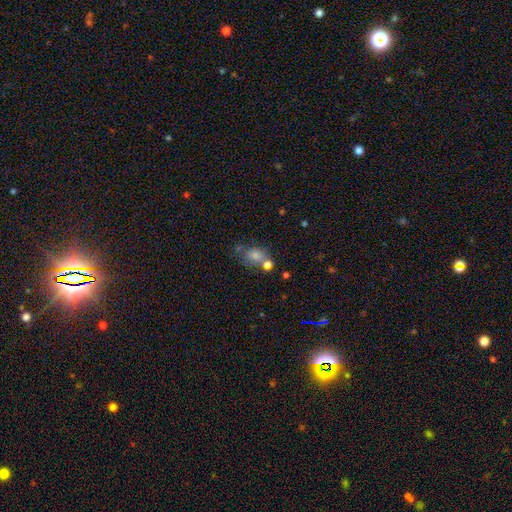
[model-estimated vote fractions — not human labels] smooth 70%, featured or disk 16%, star or artifact 13%. Down the decision tree: how rounded — in between (65%); merging — none (44%).